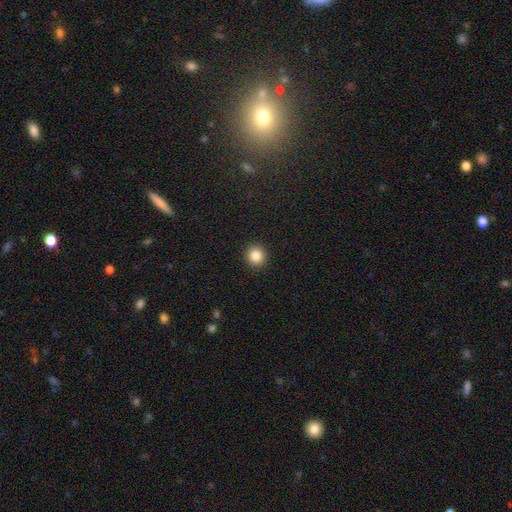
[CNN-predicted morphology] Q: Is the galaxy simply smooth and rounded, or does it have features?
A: smooth — 86%.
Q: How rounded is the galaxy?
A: round — 90%.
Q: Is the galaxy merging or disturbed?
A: none — 93%.